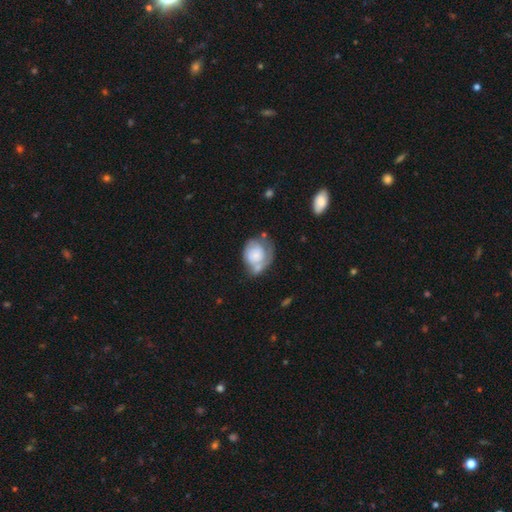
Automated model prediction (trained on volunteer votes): Q: Smooth or featured?
A: smooth (53%); runner-up: featured or disk (40%)
Q: How rounded?
A: round (59%); runner-up: in between (40%)
Q: Merging?
A: none (31%); runner-up: minor disturbance (28%)